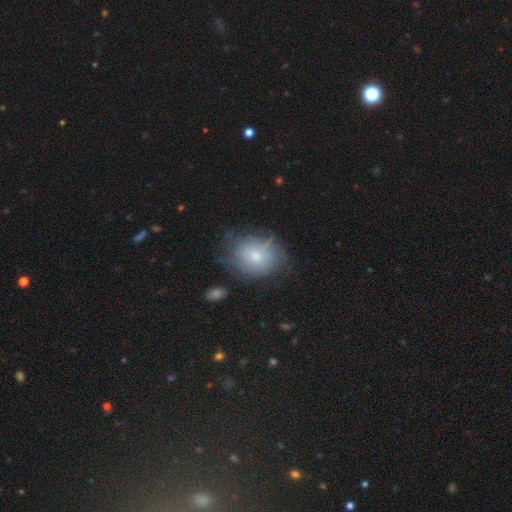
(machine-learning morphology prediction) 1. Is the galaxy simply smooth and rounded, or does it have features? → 63% smooth, 27% featured or disk, 9% star or artifact.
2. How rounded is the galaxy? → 52% in between, 47% round, 1% cigar-shaped.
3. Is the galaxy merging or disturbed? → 55% none, 29% minor disturbance, 13% major disturbance, 3% merger.